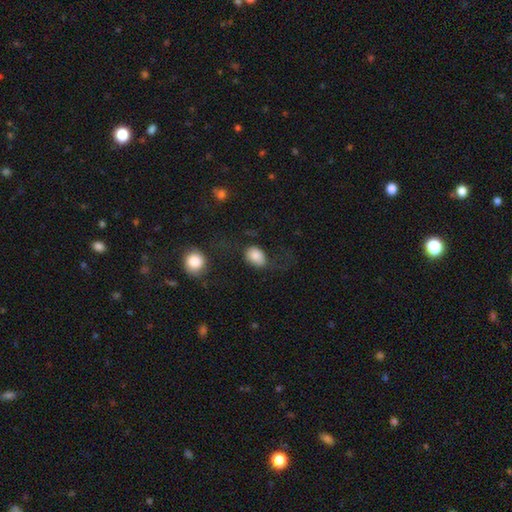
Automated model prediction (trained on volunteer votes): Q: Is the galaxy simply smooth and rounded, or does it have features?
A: smooth — 83%.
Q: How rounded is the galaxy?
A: in between — 70%.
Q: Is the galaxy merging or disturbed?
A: none — 48%.